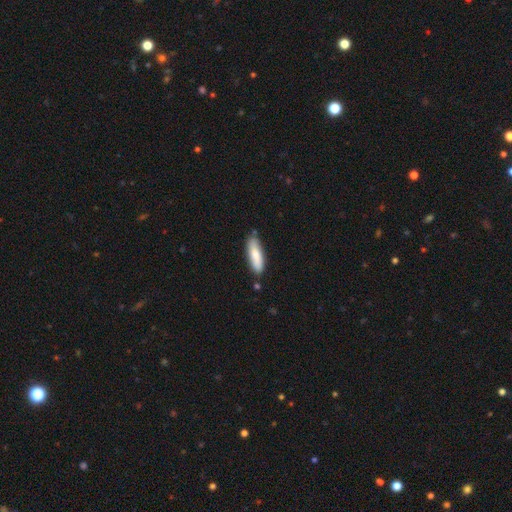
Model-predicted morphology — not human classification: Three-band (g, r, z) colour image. It shows a smooth galaxy with no disk features (77%) that is cigar-shaped (52%). Merging: none (80%).